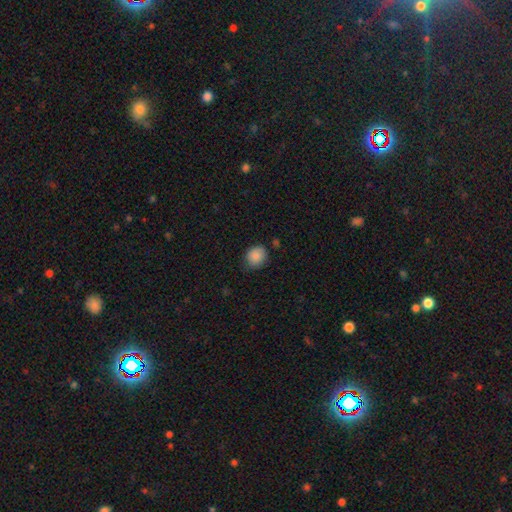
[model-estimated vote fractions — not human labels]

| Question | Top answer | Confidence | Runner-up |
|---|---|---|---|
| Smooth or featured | smooth | 88% | star or artifact (9%) |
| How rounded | round | 73% | in between (26%) |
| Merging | none | 77% | minor disturbance (17%) |